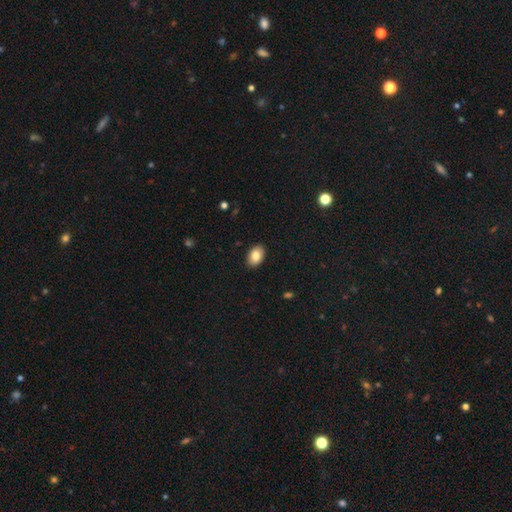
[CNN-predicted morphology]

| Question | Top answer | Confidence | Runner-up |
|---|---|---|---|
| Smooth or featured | smooth | 82% | featured or disk (11%) |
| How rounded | in between | 85% | round (14%) |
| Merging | none | 90% | minor disturbance (8%) |